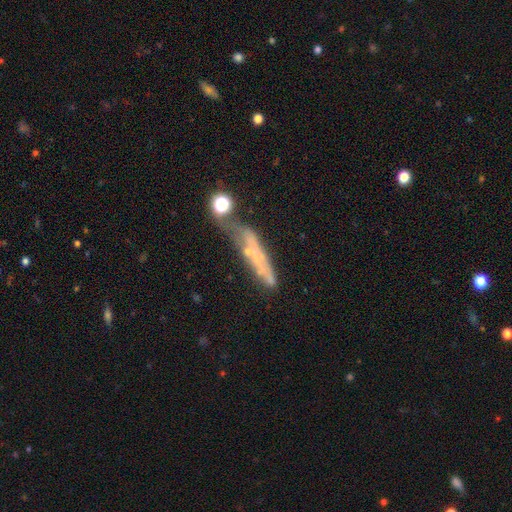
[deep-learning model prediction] smooth_or_featured: featured or disk (p=0.54) [alt: smooth p=0.34]
disk_edge_on: yes (p=0.55) [alt: no p=0.45]
merging: none (p=0.41) [alt: minor disturbance p=0.24]